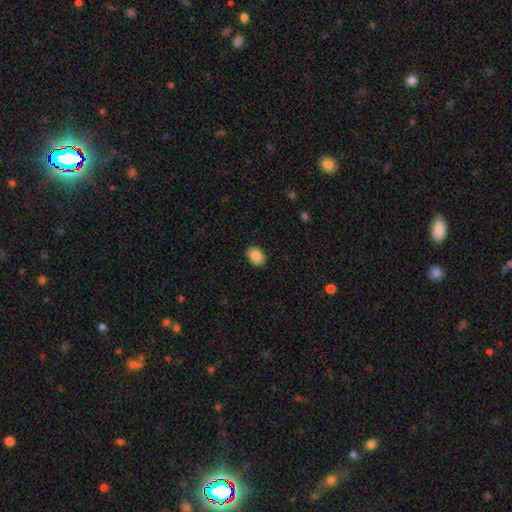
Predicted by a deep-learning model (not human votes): Q: Smooth or featured?
A: smooth (86%); runner-up: star or artifact (8%)
Q: How rounded?
A: in between (70%); runner-up: round (29%)
Q: Merging?
A: none (90%); runner-up: minor disturbance (8%)